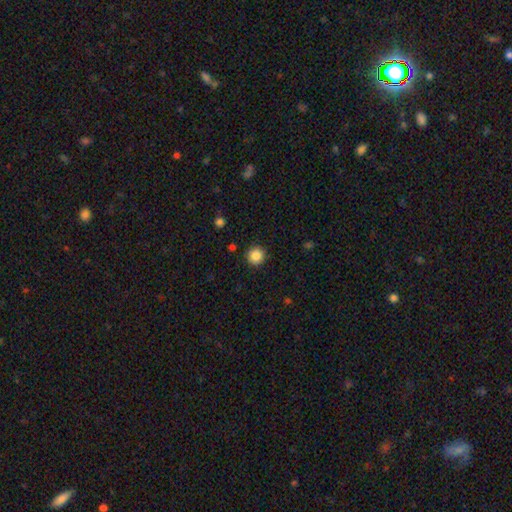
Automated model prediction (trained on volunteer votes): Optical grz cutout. It shows a smooth galaxy with no disk features (86%) that is round (95%). Merging: none (91%).